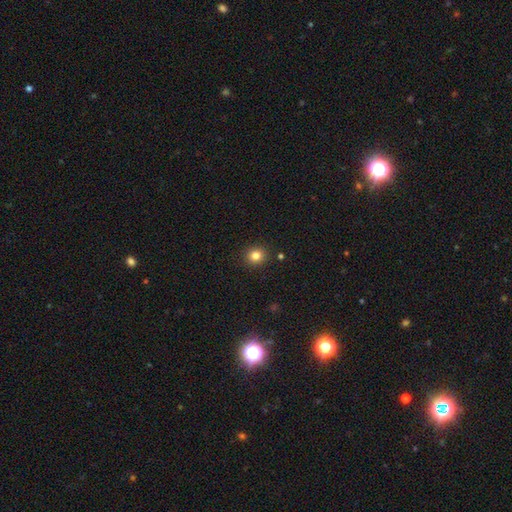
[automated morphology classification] smooth 82%, star or artifact 12%, featured or disk 6%. Down the decision tree: how rounded — round (86%); merging — none (91%).